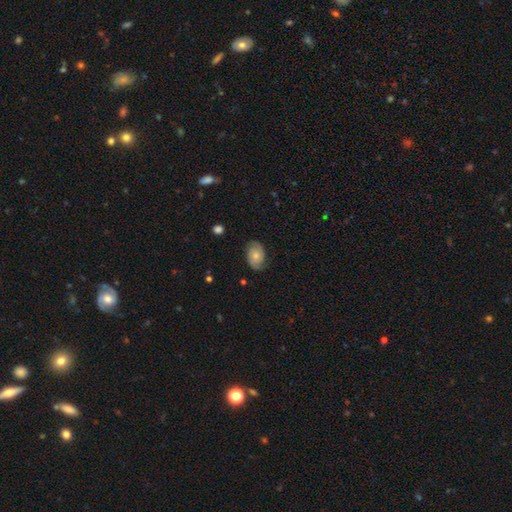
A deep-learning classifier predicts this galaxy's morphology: This appears to be a smooth galaxy with no disk features (47%). Merging: none (76%).